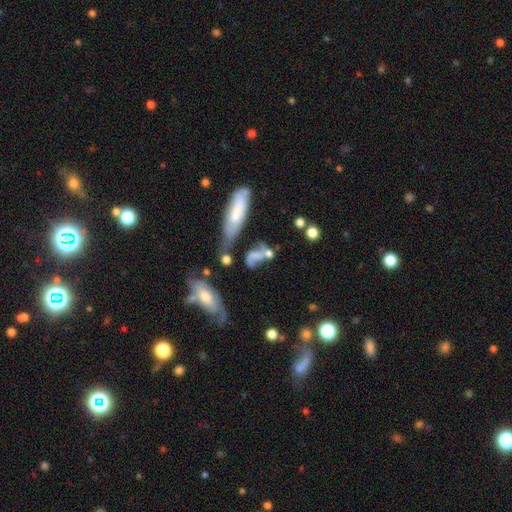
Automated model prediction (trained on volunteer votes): Smooth or featured? featured or disk (51%)
Edge-on disk? no (87%)
Merging? none (32%, tied with merger)